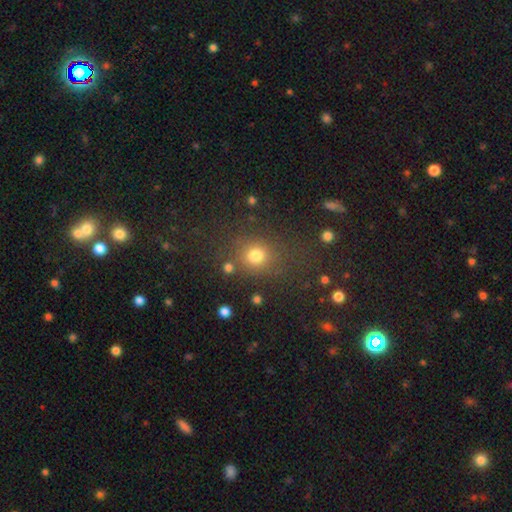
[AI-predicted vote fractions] Morphology: type=smooth (76%); roundness=round (74%); merging=none (73%).